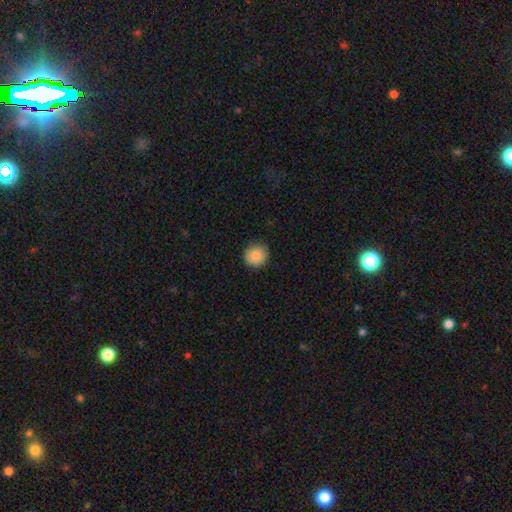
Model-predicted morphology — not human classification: smooth 86%, star or artifact 8%, featured or disk 6%. Down the decision tree: how rounded — round (93%); merging — none (87%).